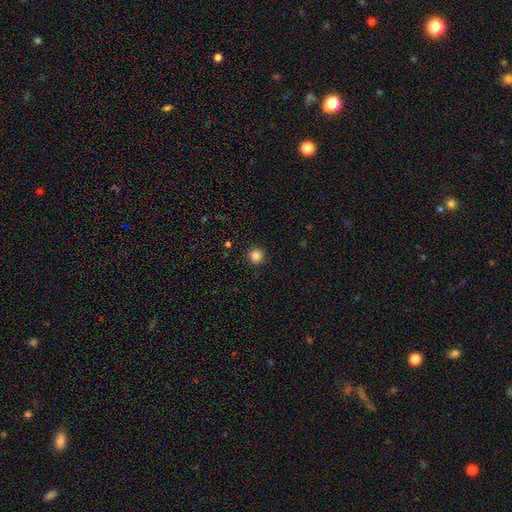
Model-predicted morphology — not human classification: A smooth galaxy with no disk features (85%) that is round (96%). Merging: none (93%).